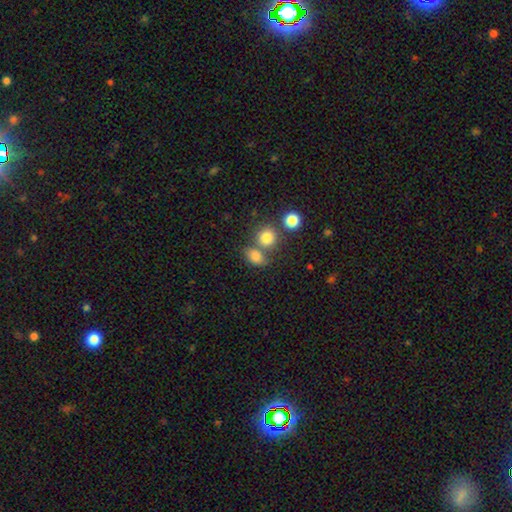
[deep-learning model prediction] smooth_or_featured: smooth (p=0.80) [alt: star or artifact p=0.12]
how_rounded: in between (p=0.53) [alt: round p=0.45]
merging: none (p=0.50) [alt: merger p=0.33]